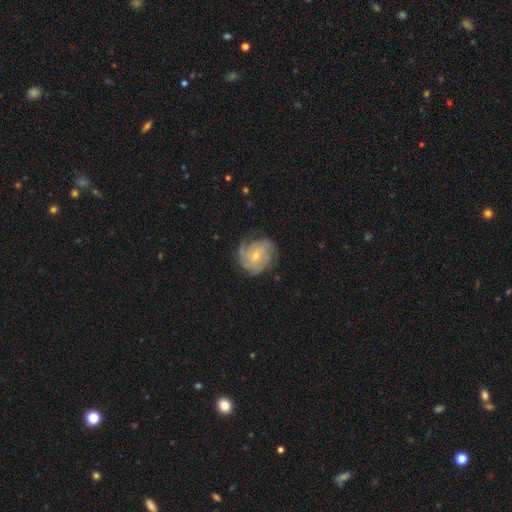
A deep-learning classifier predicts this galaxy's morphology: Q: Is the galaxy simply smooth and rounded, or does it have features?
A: featured or disk — 76%.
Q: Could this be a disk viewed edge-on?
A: no — 98%.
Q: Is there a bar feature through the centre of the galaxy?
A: no — 74%.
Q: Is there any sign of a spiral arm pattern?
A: yes — 93%.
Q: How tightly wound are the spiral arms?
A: tight — 60%.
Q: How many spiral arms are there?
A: can't tell — 33%.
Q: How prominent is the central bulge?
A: small — 58%.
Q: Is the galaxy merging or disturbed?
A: none — 70%.